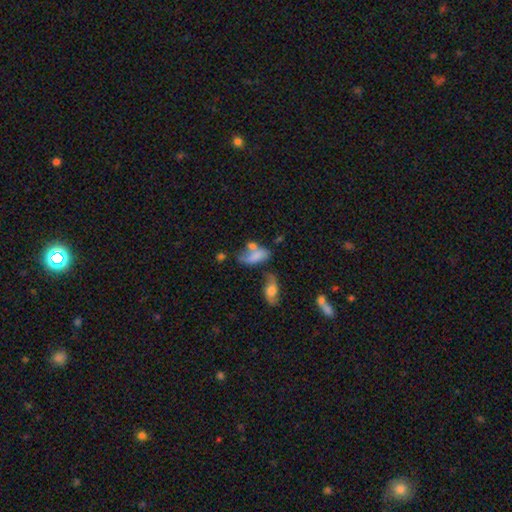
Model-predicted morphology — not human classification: Smooth or featured: smooth — 64% (featured or disk — 24%)
How rounded: in between — 86% (cigar-shaped — 7%)
Merging: merger — 36% (none — 26%)